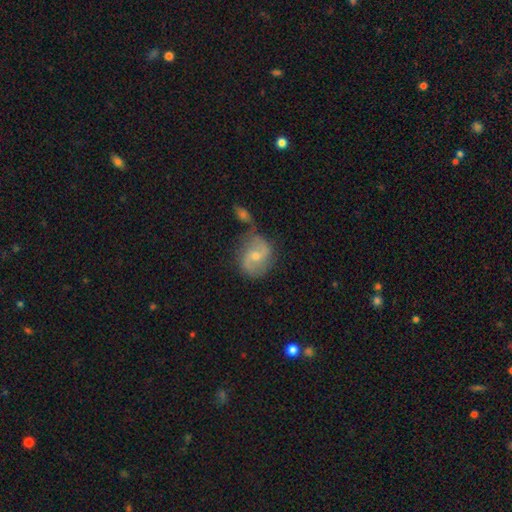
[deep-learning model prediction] This appears to be a featured or disk galaxy (68%) with a weak bar (46%), 2 (88%) medium (46%) spiral arms (89%) and a moderate central bulge (51%). Merging: none (56%).